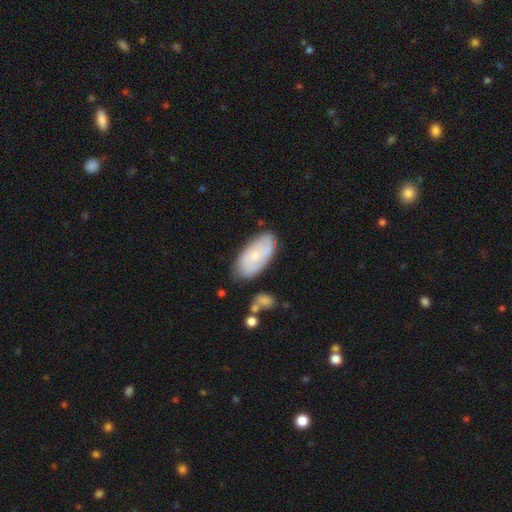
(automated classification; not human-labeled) This appears to be a smooth galaxy with no disk features (50%). Merging: none (71%).